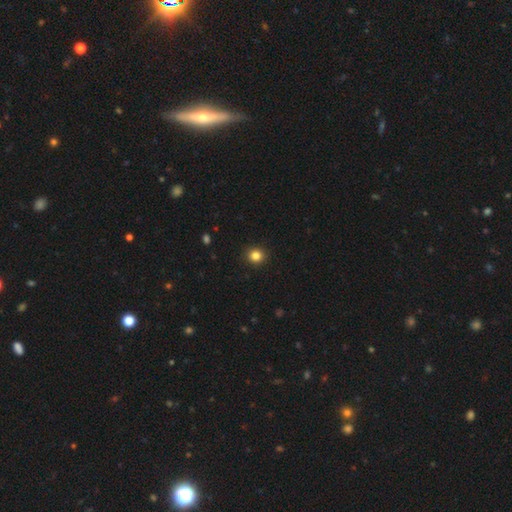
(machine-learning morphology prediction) A smooth galaxy with no disk features (84%) that is round (88%).

Vote fractions:
- Smooth or featured? smooth: 84% / star or artifact: 12% / featured or disk: 4%
- How rounded? round: 88% / in between: 11% / cigar-shaped: 1%
- Merging? none: 92% / minor disturbance: 5% / major disturbance: 2% / merger: 1%